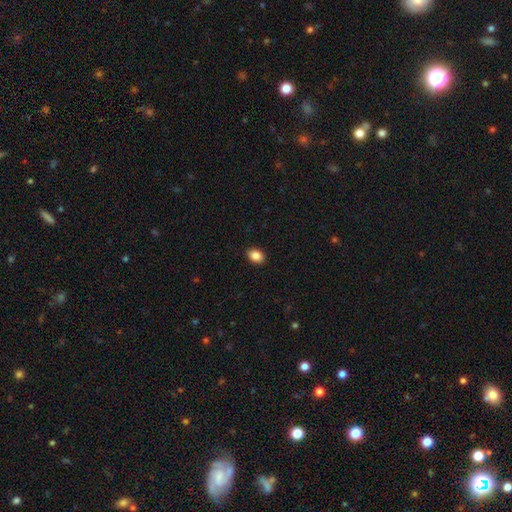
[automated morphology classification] The model was most divided on "how rounded": in between: 73%, round: 26%, cigar-shaped: 1%. More confident: merging — none (91%); smooth or featured — smooth (88%).